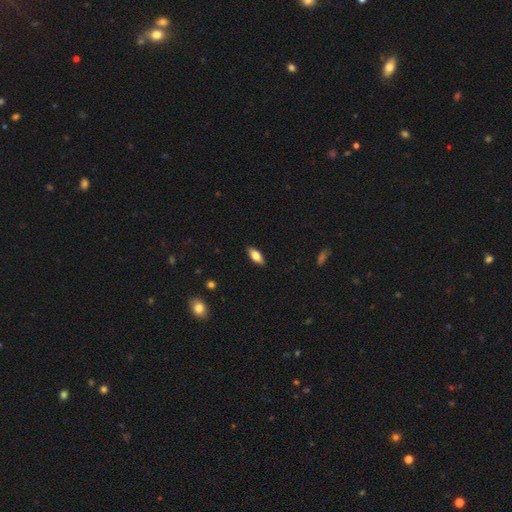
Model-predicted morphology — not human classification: type=smooth (79%); roundness=in between (83%); merging=none (88%).